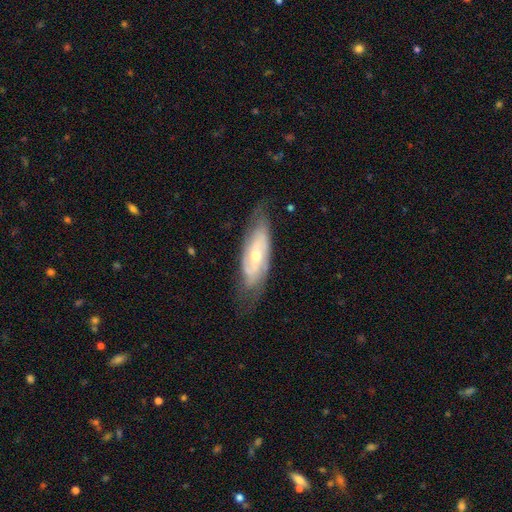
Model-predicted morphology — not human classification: Smooth or featured?
  - featured or disk: 73% *
  - smooth: 21%
  - star or artifact: 6%
Edge-on disk?
  - no: 83% *
  - yes: 17%
Bar?
  - no: 58% *
  - weak: 32%
  - strong: 10%
Spiral arms?
  - yes: 88% *
  - no: 12%
Spiral winding?
  - tight: 48% *
  - medium: 37%
  - loose: 15%
Spiral arm count?
  - 2: 53% *
  - can't tell: 33%
  - 3: 7%
  - 1: 3%
  - 4: 2%
  - more than 4: 2%
Bulge size?
  - moderate: 48% *
  - small: 47%
  - large: 2%
  - none: 1%
  - dominant: 1%
Merging?
  - none: 69% *
  - minor disturbance: 22%
  - major disturbance: 7%
  - merger: 1%